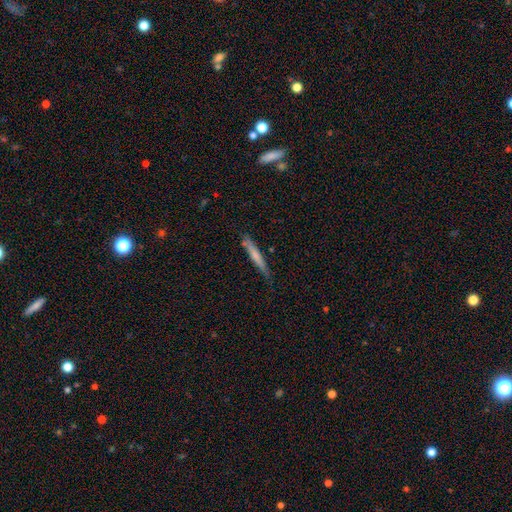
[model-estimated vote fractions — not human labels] Q: Smooth or featured?
A: smooth (62%); runner-up: featured or disk (32%)
Q: How rounded?
A: cigar-shaped (94%); runner-up: in between (4%)
Q: Merging?
A: none (75%); runner-up: minor disturbance (18%)